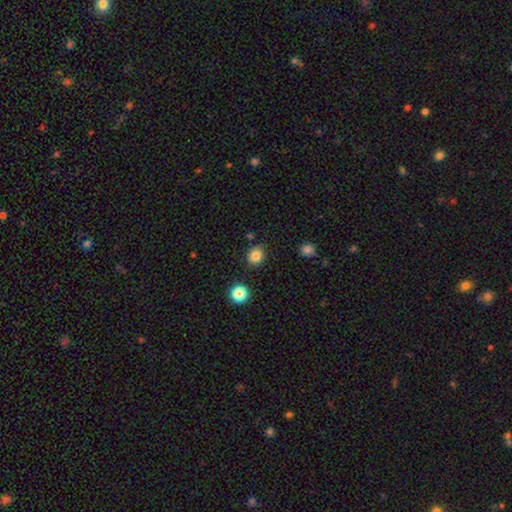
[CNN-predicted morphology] smooth_or_featured: smooth (p=0.84) [alt: star or artifact p=0.11]
how_rounded: round (p=0.80) [alt: in between p=0.19]
merging: none (p=0.87) [alt: minor disturbance p=0.08]